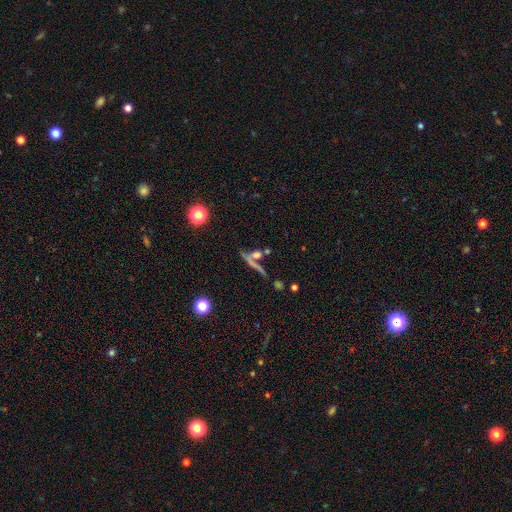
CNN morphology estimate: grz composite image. It shows a smooth galaxy with no disk features (47%). Merging: none (50%).